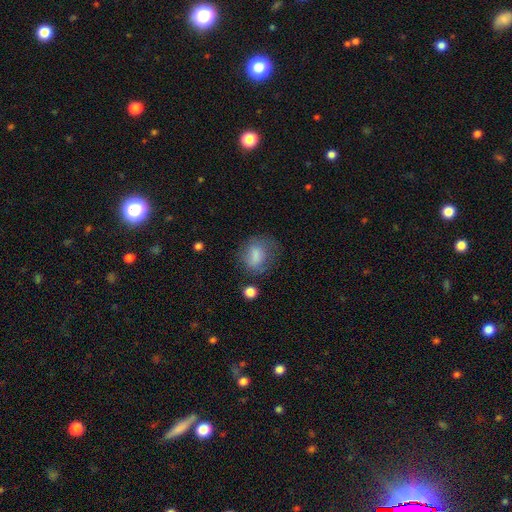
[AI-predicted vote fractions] The model was most divided on "how rounded": in between: 55%, round: 43%, cigar-shaped: 2%. More confident: smooth or featured — smooth (77%); merging — none (54%).